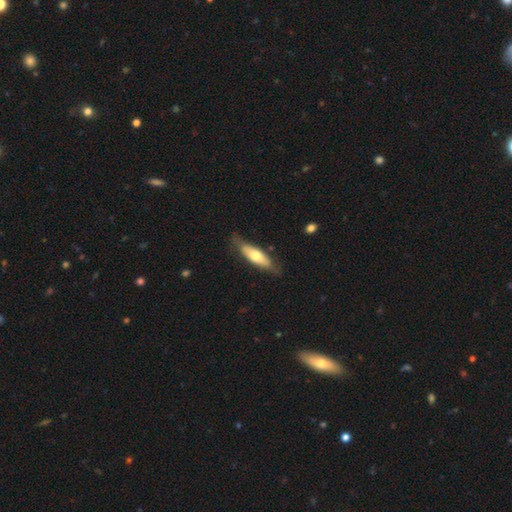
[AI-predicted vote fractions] A smooth galaxy with no disk features (58%) that is in between round and cigar-shaped (50%).

Vote fractions:
- Smooth or featured? smooth: 58% / featured or disk: 37% / star or artifact: 5%
- How rounded? in between: 50% / cigar-shaped: 48% / round: 2%
- Merging? none: 73% / minor disturbance: 20% / major disturbance: 5% / merger: 2%